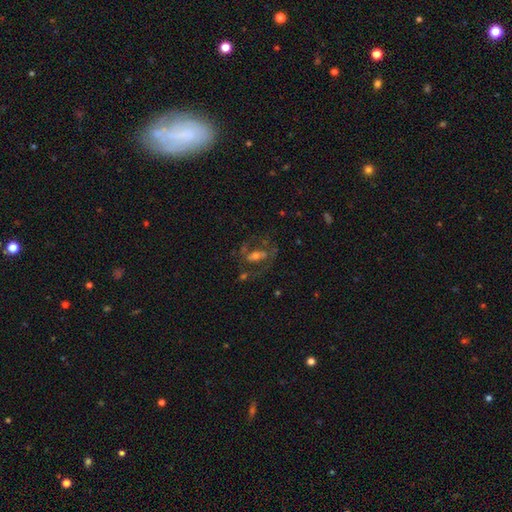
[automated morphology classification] The model was most divided on "spiral arms": no: 52%, yes: 48%. Remaining: edge-on disk — no (90%); smooth or featured — featured or disk (58%); merging — none (53%); bulge size — moderate (49%); bar — no (43%).